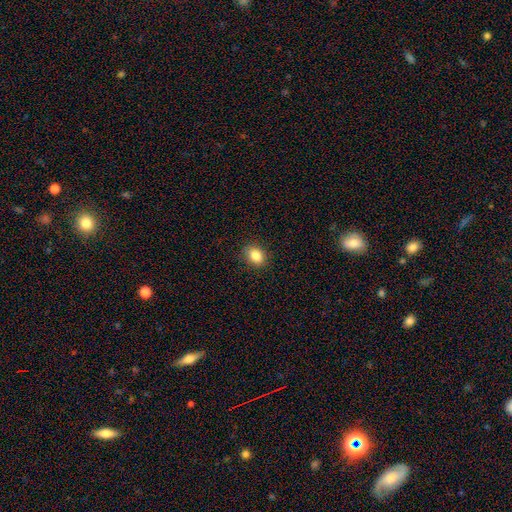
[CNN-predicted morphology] Smooth or featured? smooth (85%)
How rounded? in between (64%)
Merging? none (88%)